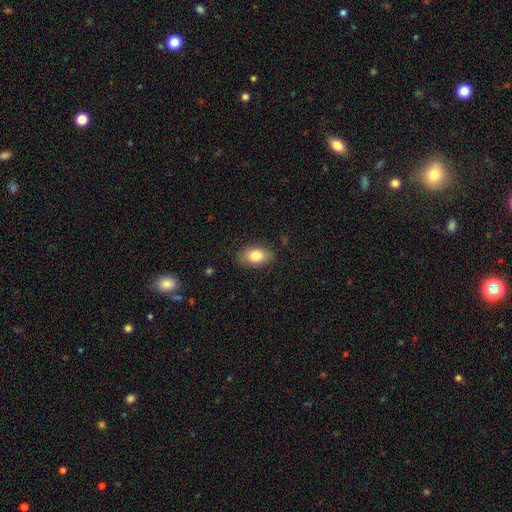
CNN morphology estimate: Overall: smooth (81%). How rounded: in between (87%). Merging: none (83%).